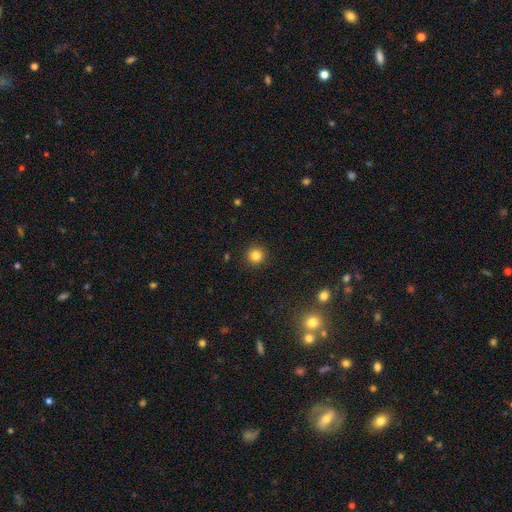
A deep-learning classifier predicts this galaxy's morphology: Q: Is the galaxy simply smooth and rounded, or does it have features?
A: smooth — 83%.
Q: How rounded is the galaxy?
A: round — 95%.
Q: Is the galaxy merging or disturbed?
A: none — 92%.